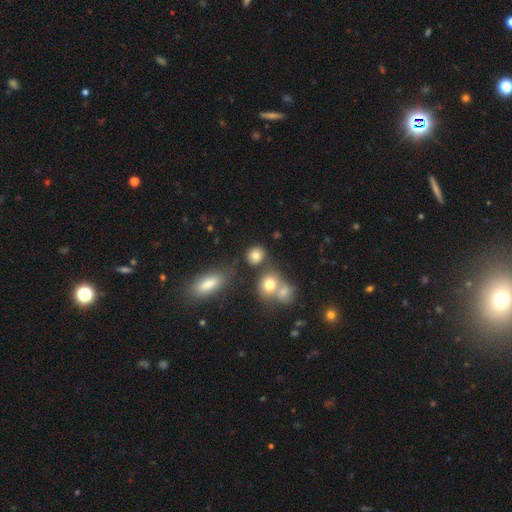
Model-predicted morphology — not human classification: A smooth galaxy with no disk features (80%) that is round (73%). Merging: none (68%).